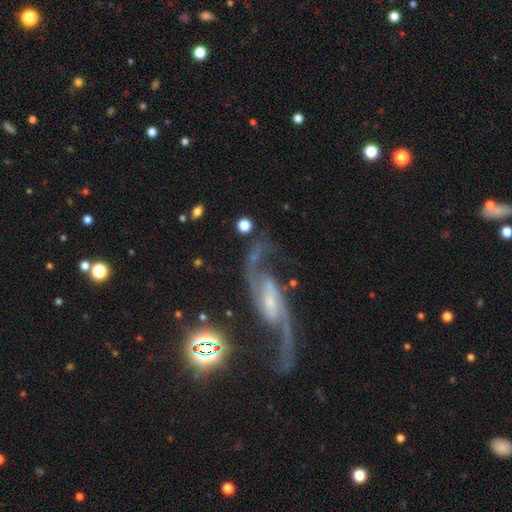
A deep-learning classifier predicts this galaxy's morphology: Smooth or featured?
  - featured or disk: 89% *
  - star or artifact: 7%
  - smooth: 4%
Edge-on disk?
  - no: 95% *
  - yes: 5%
Bar?
  - weak: 44% *
  - strong: 29%
  - no: 27%
Spiral arms?
  - yes: 97% *
  - no: 3%
Spiral winding?
  - loose: 60% *
  - medium: 33%
  - tight: 7%
Spiral arm count?
  - 2: 94% *
  - can't tell: 2%
  - 1: 2%
  - 3: 1%
  - 4: 1%
  - more than 4: 1%
Bulge size?
  - small: 56% *
  - moderate: 24%
  - none: 14%
  - large: 4%
  - dominant: 2%
Merging?
  - none: 69% *
  - minor disturbance: 14%
  - major disturbance: 13%
  - merger: 5%